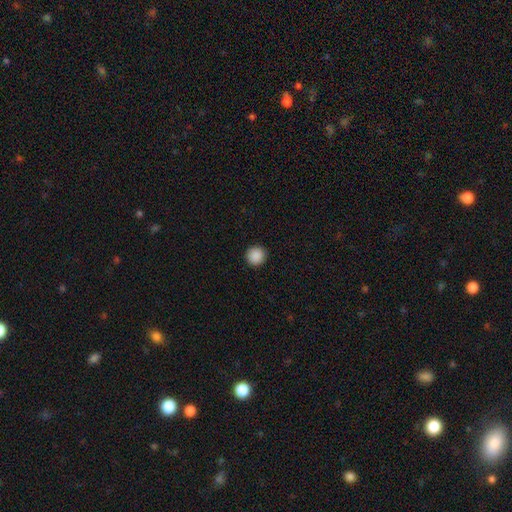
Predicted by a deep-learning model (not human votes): Q: Smooth or featured?
A: smooth (89%); runner-up: star or artifact (9%)
Q: How rounded?
A: round (95%); runner-up: in between (4%)
Q: Merging?
A: none (93%); runner-up: minor disturbance (5%)